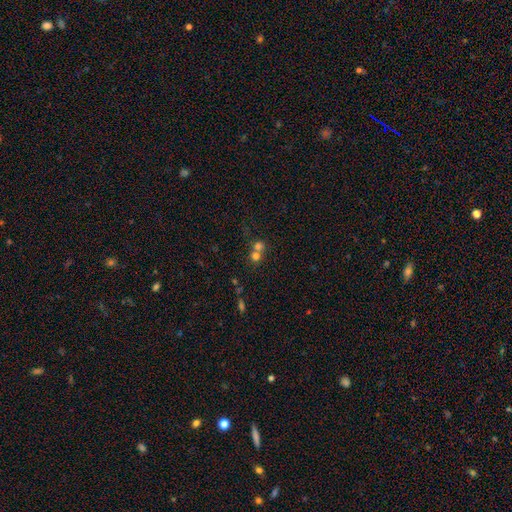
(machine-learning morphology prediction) Smooth or featured: smooth — 72% (star or artifact — 17%)
How rounded: round — 86% (in between — 13%)
Merging: merger — 54% (none — 39%)